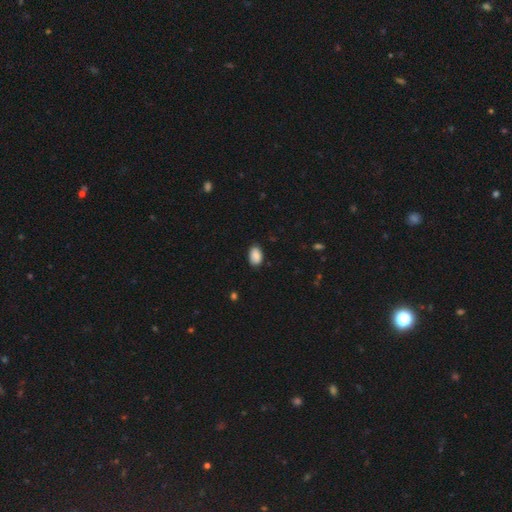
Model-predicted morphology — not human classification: Overall: smooth (87%). How rounded: in between (91%). Merging: none (80%).